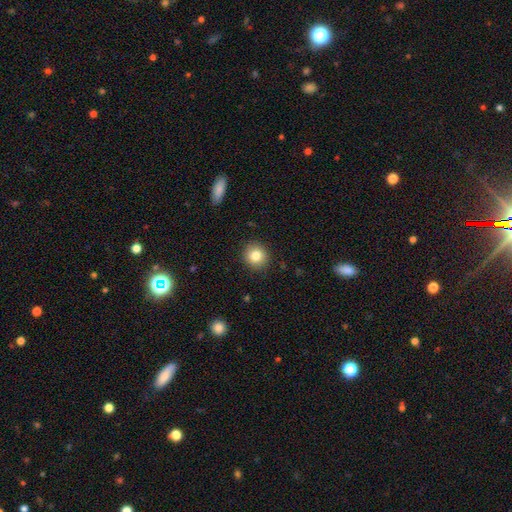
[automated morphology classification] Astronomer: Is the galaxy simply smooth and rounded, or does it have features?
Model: smooth — 82%.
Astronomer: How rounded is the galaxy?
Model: round — 89%.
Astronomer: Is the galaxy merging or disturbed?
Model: none — 90%.